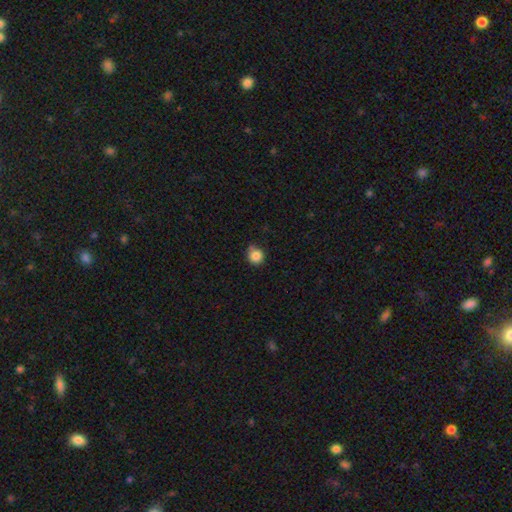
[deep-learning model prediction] Overall: smooth (85%). How rounded: round (88%). Merging: none (65%; minor disturbance 26%).